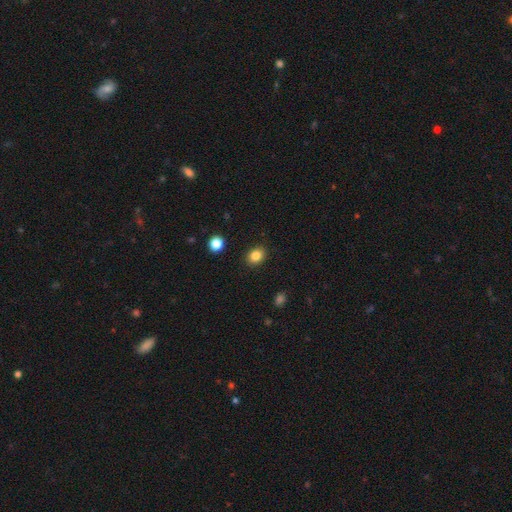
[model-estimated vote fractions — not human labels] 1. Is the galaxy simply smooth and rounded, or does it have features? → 84% smooth, 10% star or artifact, 6% featured or disk.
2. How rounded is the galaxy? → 54% in between, 45% round, 1% cigar-shaped.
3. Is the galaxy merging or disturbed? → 89% none, 8% minor disturbance, 2% major disturbance, 1% merger.